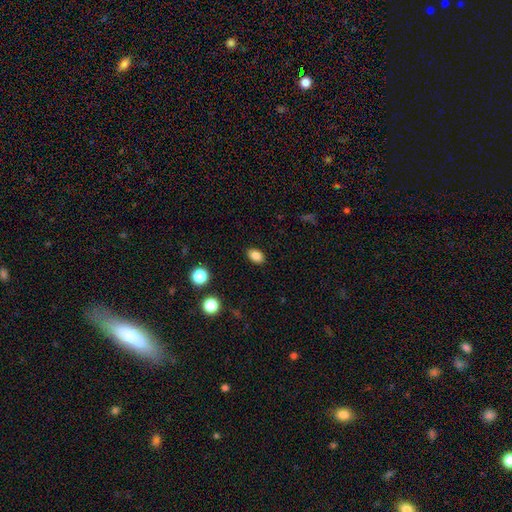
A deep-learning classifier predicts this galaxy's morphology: smooth 85%, star or artifact 10%, featured or disk 5%. Down the decision tree: how rounded — in between (84%); merging — none (88%).